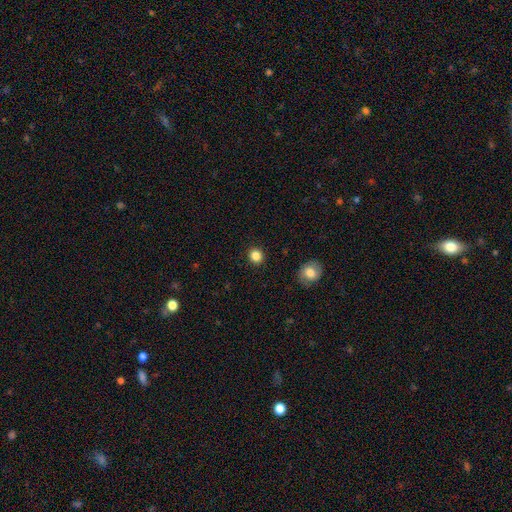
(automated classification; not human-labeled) Smooth or featured: smooth — 85% (star or artifact — 11%)
How rounded: round — 86% (in between — 13%)
Merging: none — 92% (minor disturbance — 5%)